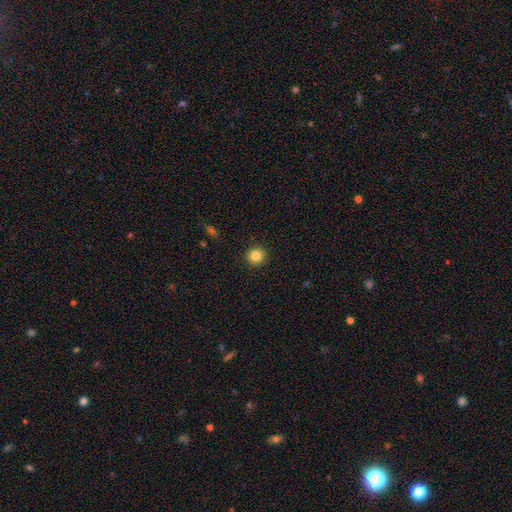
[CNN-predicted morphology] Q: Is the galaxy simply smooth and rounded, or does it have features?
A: smooth — 85%.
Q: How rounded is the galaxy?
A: round — 90%.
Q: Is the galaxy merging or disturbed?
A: none — 92%.